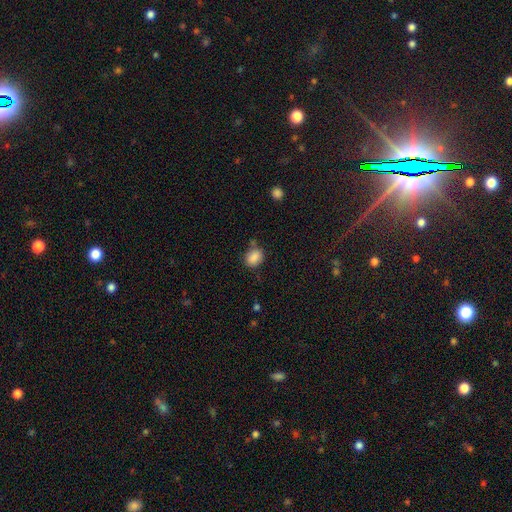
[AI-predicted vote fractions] smooth 86%, star or artifact 9%, featured or disk 5%. Down the decision tree: how rounded — in between (54%); merging — none (71%).